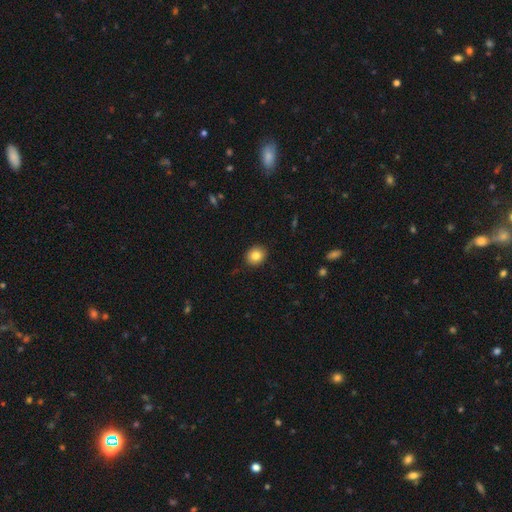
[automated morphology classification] type=smooth (83%); roundness=round (76%); merging=none (90%).